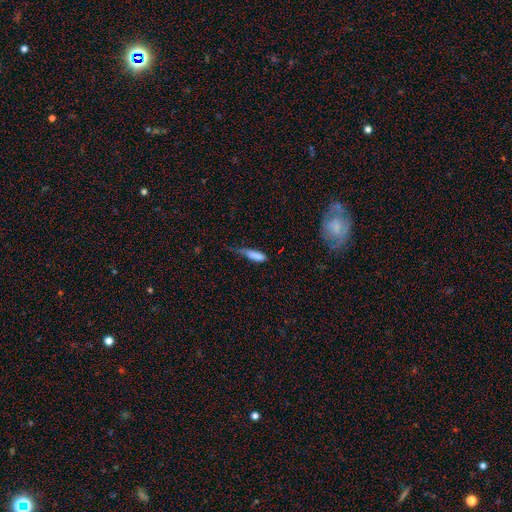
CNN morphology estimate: Smooth or featured: smooth — 80% (featured or disk — 12%)
How rounded: cigar-shaped — 52% (in between — 45%)
Merging: minor disturbance — 43% (none — 28%)